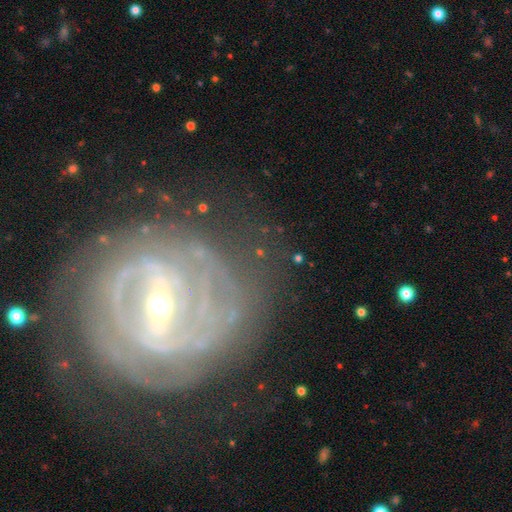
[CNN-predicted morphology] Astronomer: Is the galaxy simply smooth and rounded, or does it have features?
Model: featured or disk — 88%.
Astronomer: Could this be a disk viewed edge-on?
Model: no — 95%.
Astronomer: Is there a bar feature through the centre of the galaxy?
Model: strong — 57%.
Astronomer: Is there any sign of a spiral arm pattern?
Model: yes — 92%.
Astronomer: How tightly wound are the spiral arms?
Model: tight — 72%.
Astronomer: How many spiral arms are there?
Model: can't tell — 35% (runner-up: 2, 21%).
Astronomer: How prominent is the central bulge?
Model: small — 60% (runner-up: moderate, 36%).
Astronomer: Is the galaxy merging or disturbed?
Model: none — 71%.